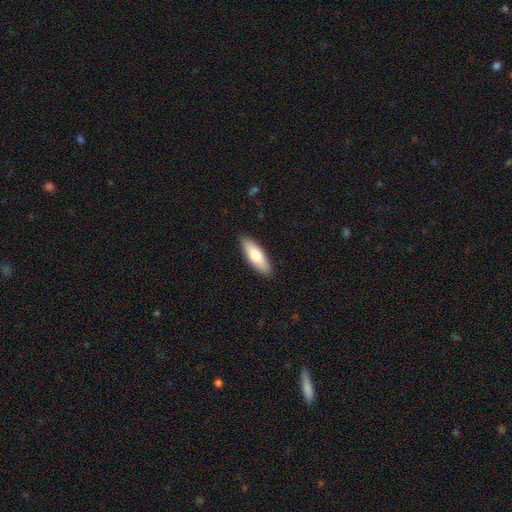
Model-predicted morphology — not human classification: This is likely a smooth galaxy (73%). How rounded: likely in between (62%). Merging: clearly none (89%).